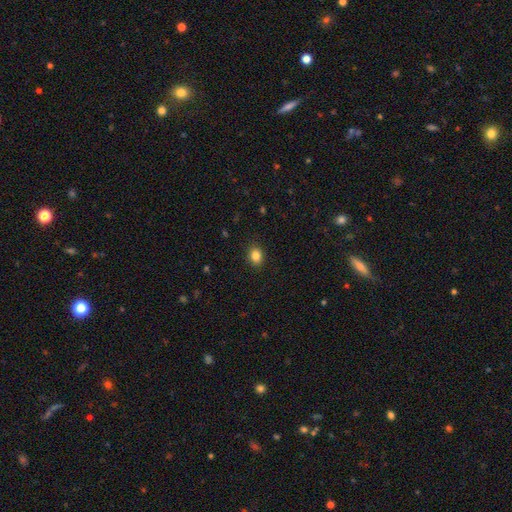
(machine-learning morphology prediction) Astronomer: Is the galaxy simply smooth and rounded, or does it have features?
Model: smooth — 85%.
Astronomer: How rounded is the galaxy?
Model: round — 50% (runner-up: in between, 49%).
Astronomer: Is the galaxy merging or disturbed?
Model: none — 89%.